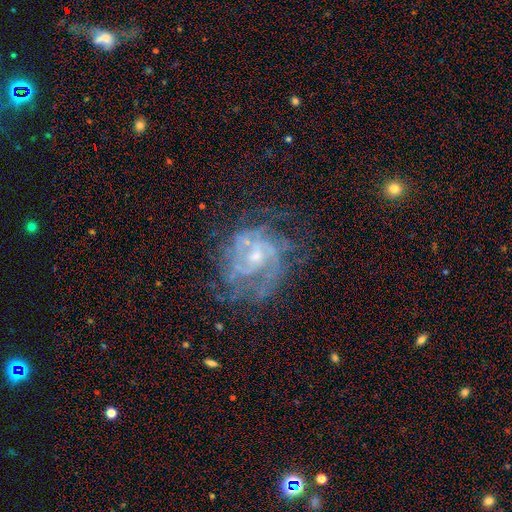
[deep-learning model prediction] Smooth or featured?
  - featured or disk: 84% *
  - smooth: 9%
  - star or artifact: 8%
Edge-on disk?
  - no: 98% *
  - yes: 2%
Bar?
  - no: 59% *
  - weak: 35%
  - strong: 6%
Spiral arms?
  - yes: 88% *
  - no: 12%
Spiral winding?
  - tight: 53% *
  - medium: 36%
  - loose: 11%
Spiral arm count?
  - can't tell: 39% *
  - 2: 29%
  - 3: 15%
  - 4: 7%
  - 1: 5%
  - more than 4: 5%
Bulge size?
  - small: 57% *
  - moderate: 35%
  - none: 5%
  - large: 2%
  - dominant: 1%
Merging?
  - none: 59% *
  - minor disturbance: 20%
  - major disturbance: 18%
  - merger: 2%